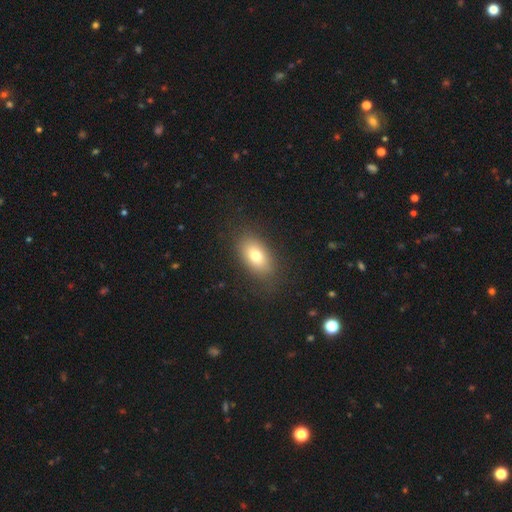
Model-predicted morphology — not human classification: Smooth or featured: smooth — 75% (featured or disk — 15%)
How rounded: in between — 88% (round — 9%)
Merging: none — 84% (minor disturbance — 10%)